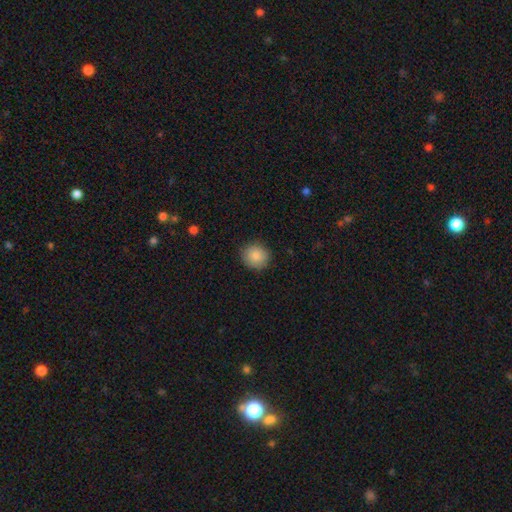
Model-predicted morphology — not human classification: smooth 87%, star or artifact 8%, featured or disk 5%. Down the decision tree: how rounded — round (91%); merging — none (89%).